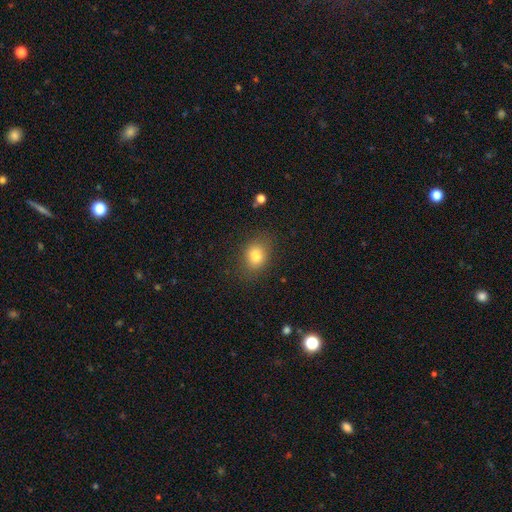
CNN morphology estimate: Smooth or featured? Predicted: smooth (p=0.80). How rounded? Predicted: in between (p=0.56). Merging? Predicted: none (p=0.81).